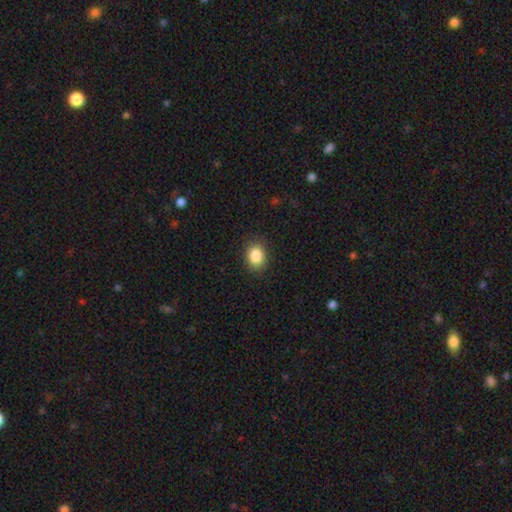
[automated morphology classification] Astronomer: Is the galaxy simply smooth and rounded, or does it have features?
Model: smooth — 87%.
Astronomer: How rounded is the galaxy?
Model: in between — 51% (runner-up: round, 48%).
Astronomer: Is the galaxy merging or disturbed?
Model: none — 86%.